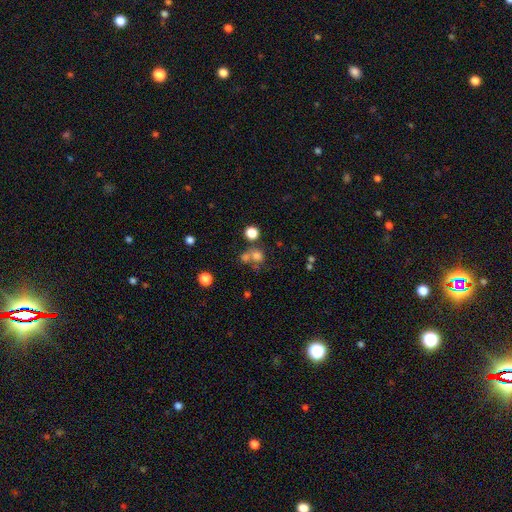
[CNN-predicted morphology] Q: Smooth or featured?
A: smooth (65%); runner-up: star or artifact (21%)
Q: How rounded?
A: round (79%); runner-up: in between (20%)
Q: Merging?
A: none (44%); runner-up: merger (37%)